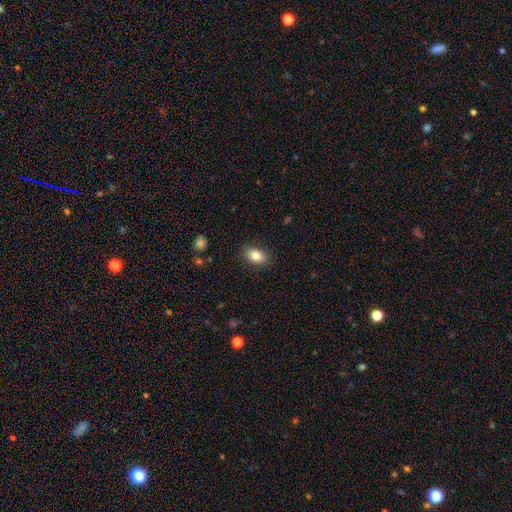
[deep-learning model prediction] smooth_or_featured: smooth (p=0.84) [alt: featured or disk p=0.08]
how_rounded: in between (p=0.87) [alt: round p=0.11]
merging: none (p=0.87) [alt: minor disturbance p=0.09]